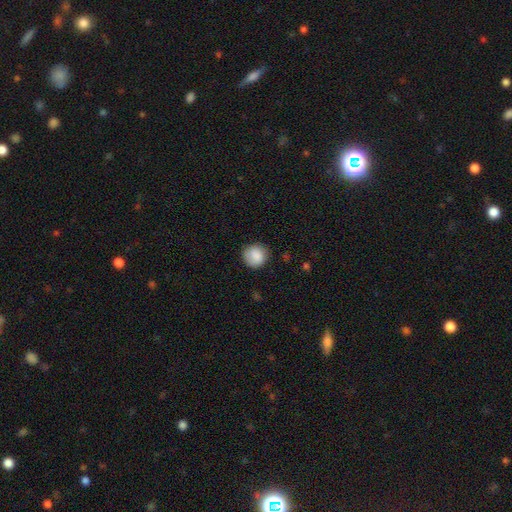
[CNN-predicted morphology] A smooth galaxy with no disk features (86%) that is round (90%). Merging: none (81%).